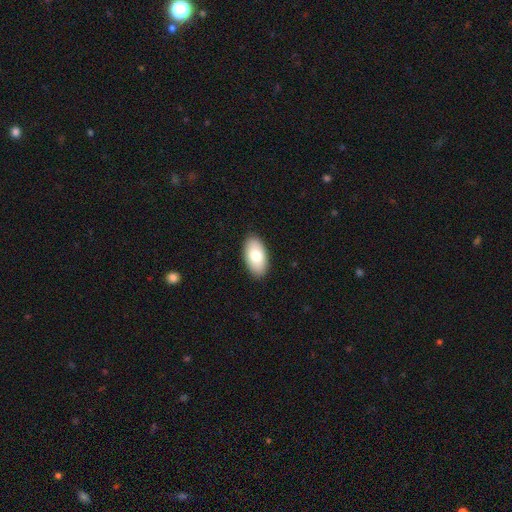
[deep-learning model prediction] The model was most divided on "smooth or featured": smooth: 79%, featured or disk: 15%, star or artifact: 6%. More confident: how rounded — in between (95%); merging — none (89%).